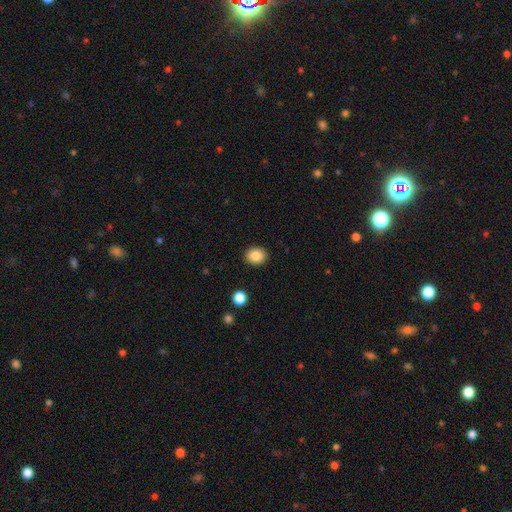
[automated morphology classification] A smooth galaxy with no disk features (87%) that is round (55%). Merging: none (90%).